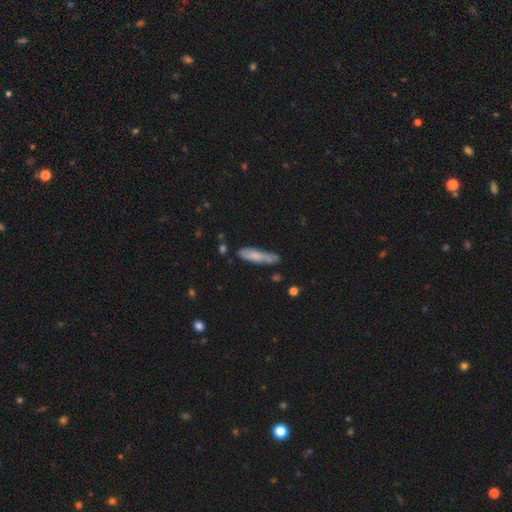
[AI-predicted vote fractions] smooth-or-featured: smooth: 71% | featured or disk: 22% | star or artifact: 6%
  how-rounded: cigar-shaped: 79% | in between: 20% | round: 1%
  merging: none: 59% | minor disturbance: 28% | major disturbance: 7% | merger: 5%